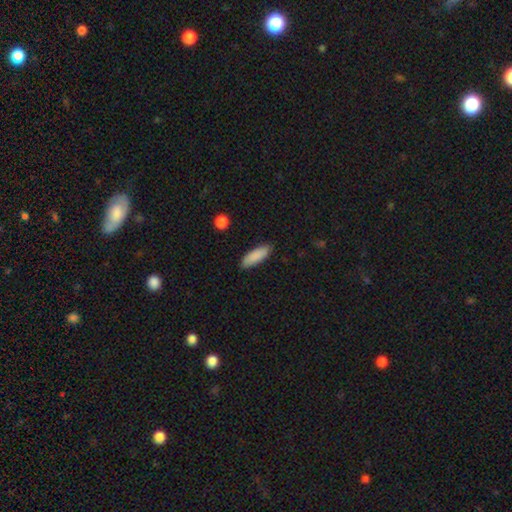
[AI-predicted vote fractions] A smooth galaxy with no disk features (87%) that is in between round and cigar-shaped (64%). Merging: none (85%).